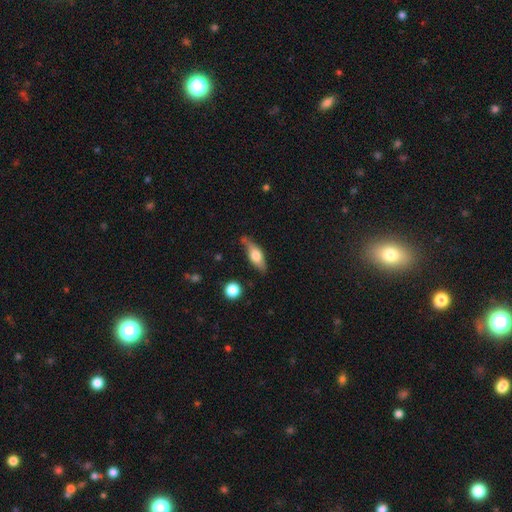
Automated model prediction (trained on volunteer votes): Smooth or featured: smooth — 54% (featured or disk — 39%)
How rounded: in between — 59% (cigar-shaped — 36%)
Merging: none — 68% (minor disturbance — 22%)